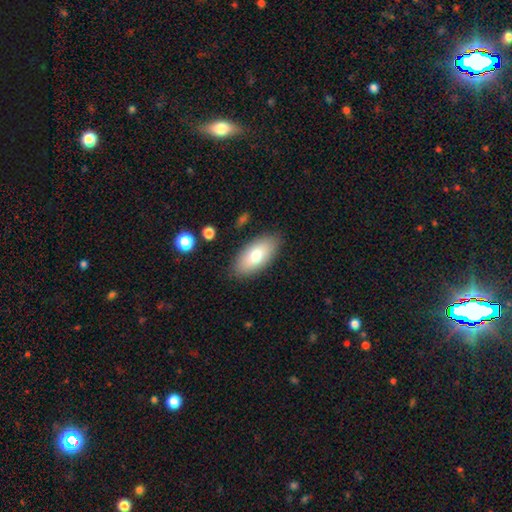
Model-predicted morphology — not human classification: The model was most divided on "smooth or featured": smooth: 74%, featured or disk: 19%, star or artifact: 7%. More confident: how rounded — in between (92%); merging — none (85%).